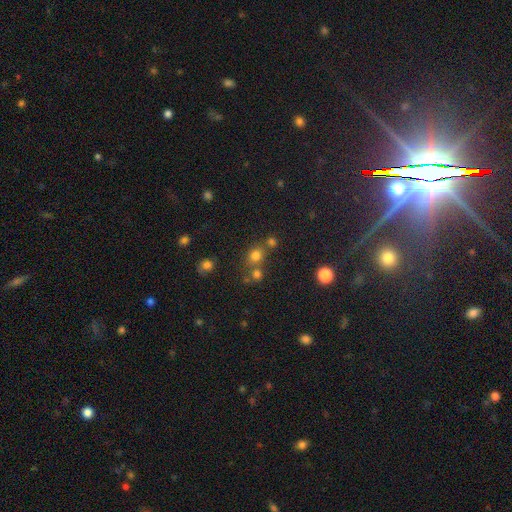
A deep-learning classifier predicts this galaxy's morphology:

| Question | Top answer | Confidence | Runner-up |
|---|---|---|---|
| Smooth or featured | smooth | 74% | star or artifact (19%) |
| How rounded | round | 78% | in between (21%) |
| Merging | none | 64% | merger (23%) |